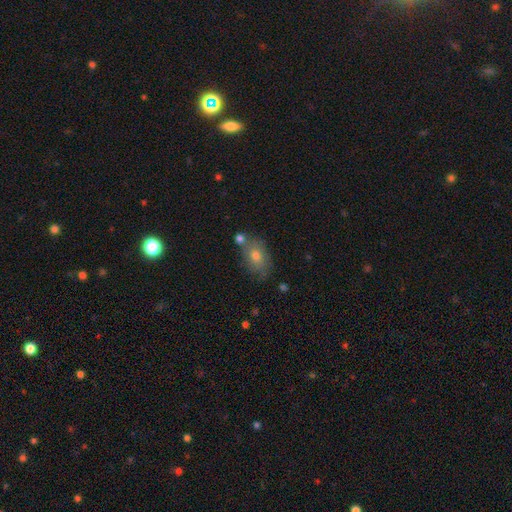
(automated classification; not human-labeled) Overall: smooth (68%). How rounded: in between (78%). Merging: none (66%).